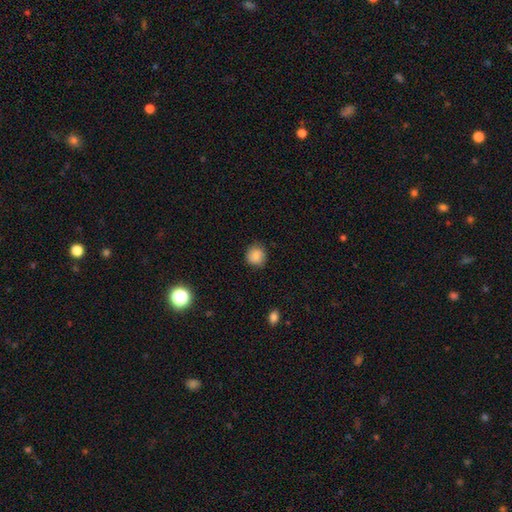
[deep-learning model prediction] smooth_or_featured: smooth (p=0.85) [alt: star or artifact p=0.09]
how_rounded: round (p=0.89) [alt: in between p=0.10]
merging: none (p=0.84) [alt: minor disturbance p=0.13]